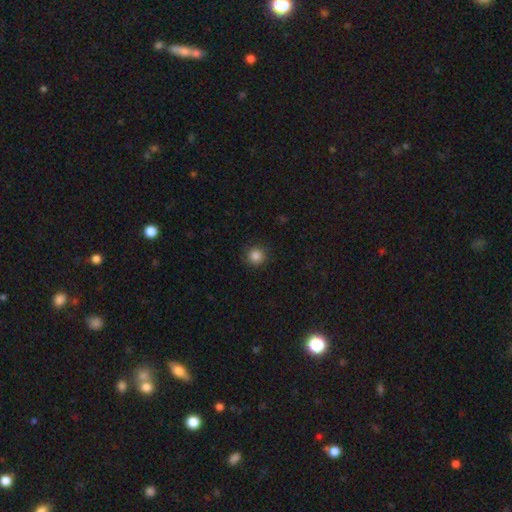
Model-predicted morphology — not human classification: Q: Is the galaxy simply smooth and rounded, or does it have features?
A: smooth — 85%.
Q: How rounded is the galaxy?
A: round — 94%.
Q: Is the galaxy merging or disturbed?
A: none — 89%.